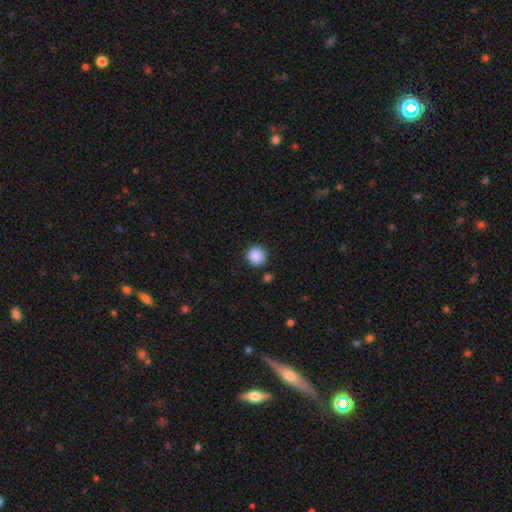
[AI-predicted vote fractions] Smooth or featured?
  - smooth: 89% *
  - star or artifact: 9%
  - featured or disk: 3%
How rounded?
  - round: 92% *
  - in between: 7%
  - cigar-shaped: 1%
Merging?
  - none: 88% *
  - minor disturbance: 7%
  - merger: 3%
  - major disturbance: 2%